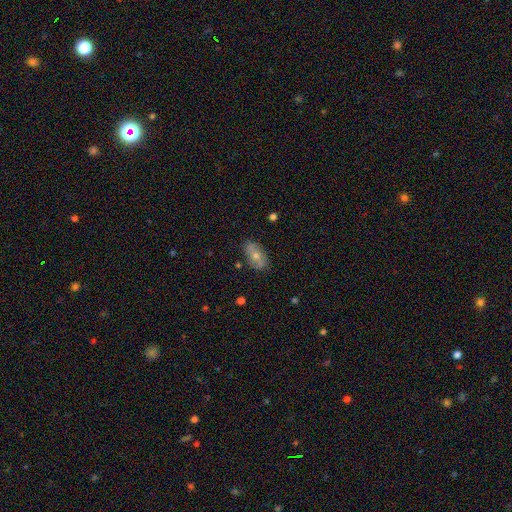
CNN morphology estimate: A smooth galaxy with no disk features (57%) that is in between round and cigar-shaped (90%).

Vote fractions:
- Smooth or featured? smooth: 57% / featured or disk: 36% / star or artifact: 7%
- How rounded? in between: 90% / round: 5% / cigar-shaped: 4%
- Merging? none: 79% / minor disturbance: 15% / major disturbance: 3% / merger: 2%